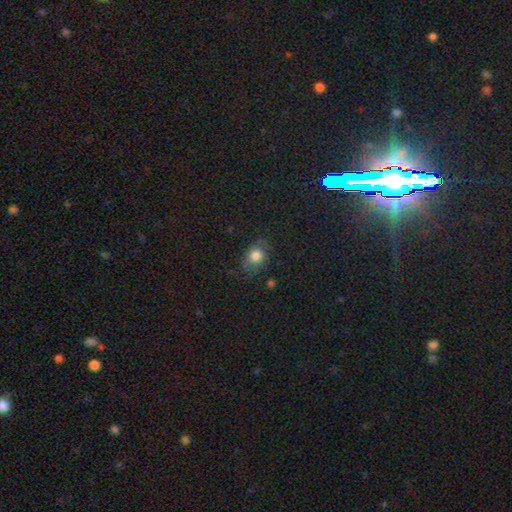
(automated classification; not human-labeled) Morphology: type=smooth (79%); roundness=in between (51%); merging=none (69%).